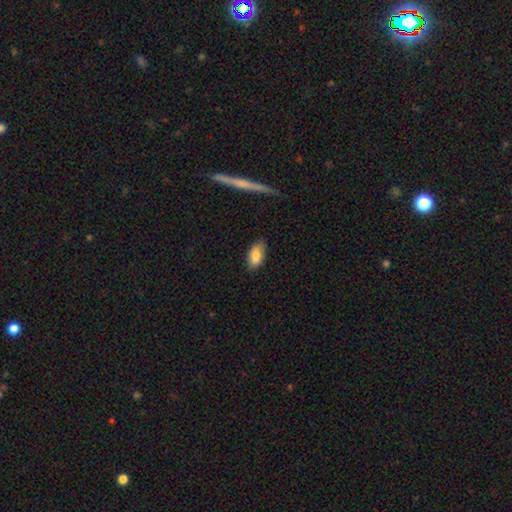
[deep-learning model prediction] smooth-or-featured: smooth: 85% | featured or disk: 9% | star or artifact: 7%
  how-rounded: in between: 90% | cigar-shaped: 7% | round: 3%
  merging: none: 74% | minor disturbance: 21% | major disturbance: 4% | merger: 2%